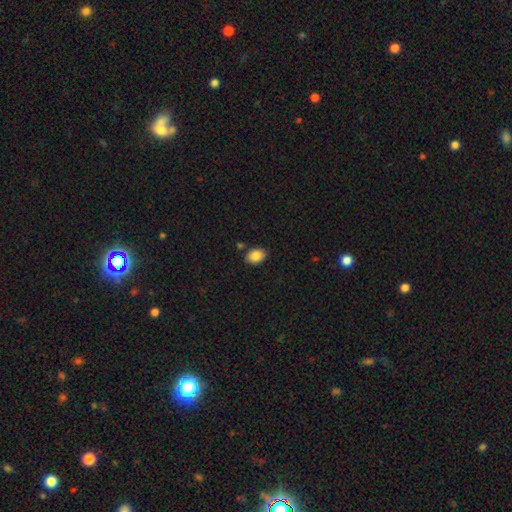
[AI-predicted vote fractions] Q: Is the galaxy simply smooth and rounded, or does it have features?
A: smooth — 87%.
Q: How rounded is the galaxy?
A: in between — 74%.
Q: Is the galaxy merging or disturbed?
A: none — 84%.